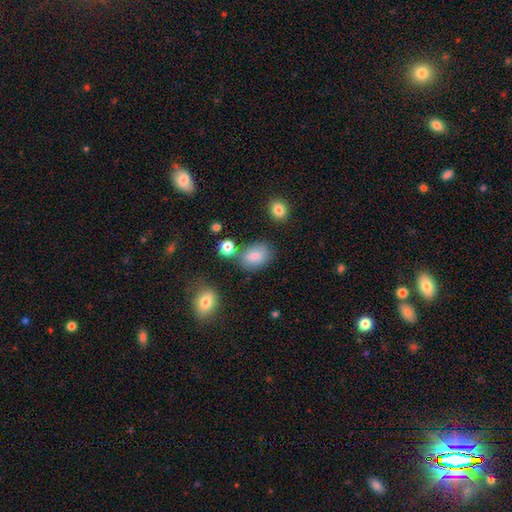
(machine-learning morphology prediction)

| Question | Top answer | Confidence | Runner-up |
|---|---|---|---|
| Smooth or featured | smooth | 81% | star or artifact (10%) |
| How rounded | in between | 72% | round (26%) |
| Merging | none | 66% | minor disturbance (19%) |